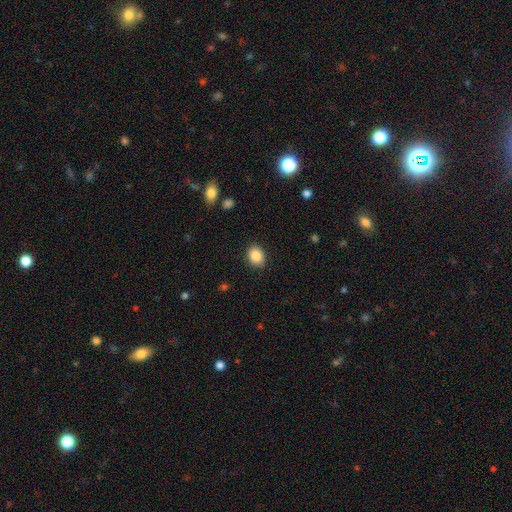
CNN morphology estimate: smooth 87%, star or artifact 8%, featured or disk 4%. Down the decision tree: how rounded — in between (53%); merging — none (89%).